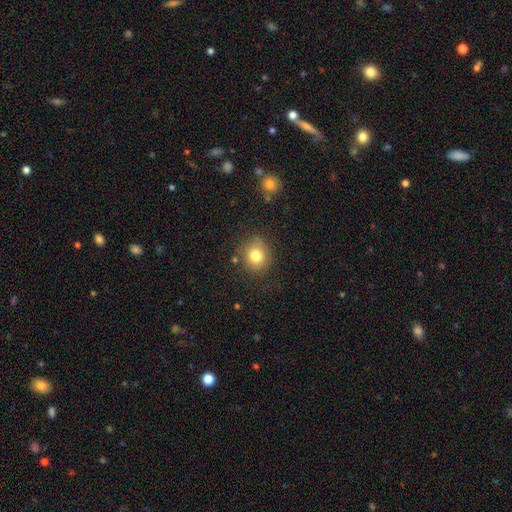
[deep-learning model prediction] smooth-or-featured: smooth: 78% | star or artifact: 12% | featured or disk: 10%
  how-rounded: round: 83% | in between: 16% | cigar-shaped: 1%
  merging: none: 79% | minor disturbance: 14% | major disturbance: 4% | merger: 3%